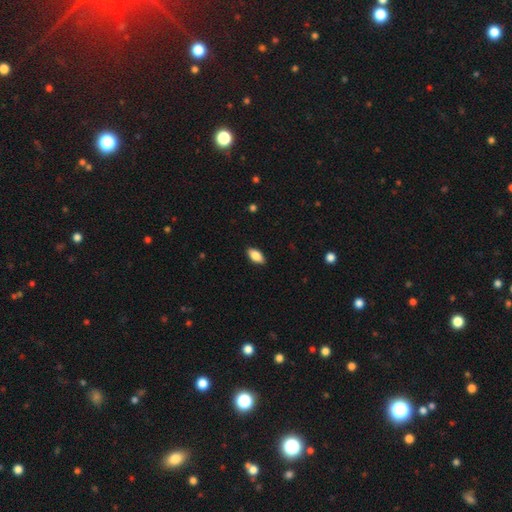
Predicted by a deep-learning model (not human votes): A smooth galaxy with no disk features (85%) that is in between round and cigar-shaped (91%).

Vote fractions:
- Smooth or featured? smooth: 85% / featured or disk: 8% / star or artifact: 7%
- How rounded? in between: 91% / cigar-shaped: 6% / round: 3%
- Merging? none: 89% / minor disturbance: 9% / major disturbance: 2% / merger: 1%